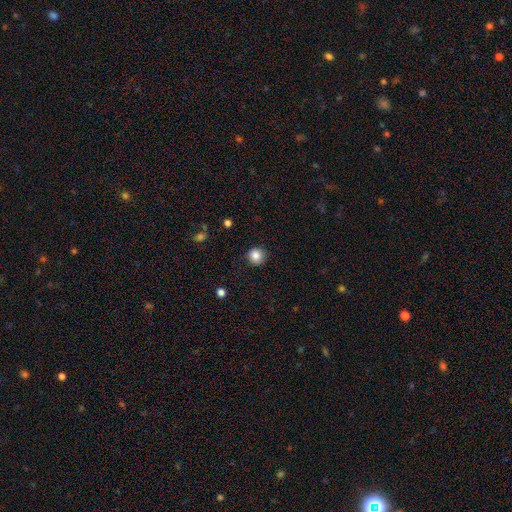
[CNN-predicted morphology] A smooth galaxy with no disk features (85%) that is round (93%). Merging: none (88%).